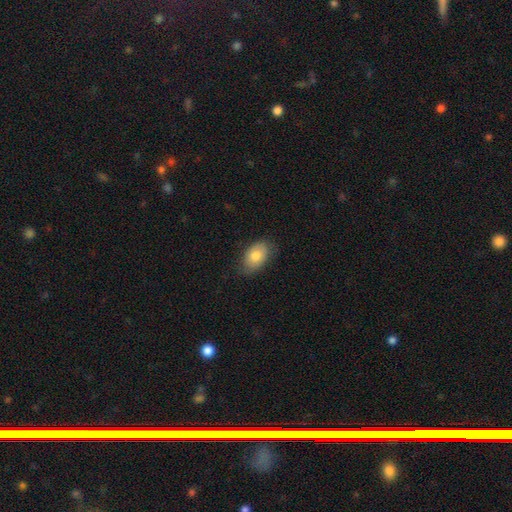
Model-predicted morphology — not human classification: Smooth or featured? smooth (77%)
How rounded? in between (88%)
Merging? none (75%)